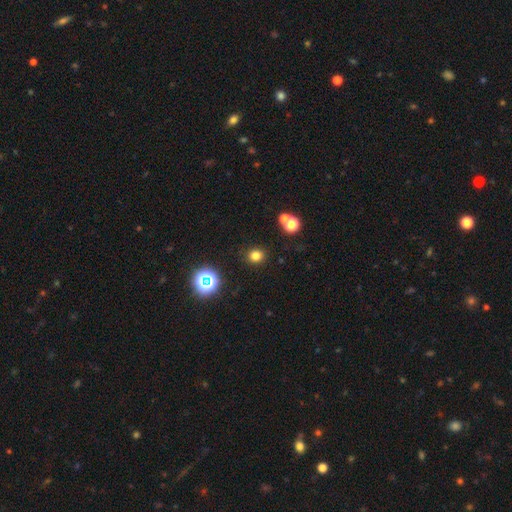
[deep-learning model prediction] The model was most divided on "smooth or featured": smooth: 77%, star or artifact: 18%, featured or disk: 6%. More confident: merging — none (88%); how rounded — round (84%).